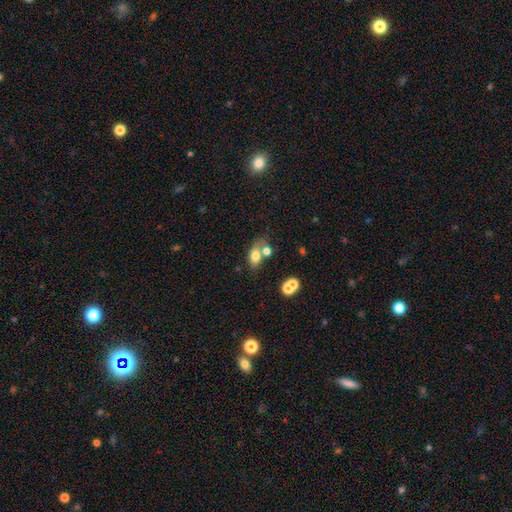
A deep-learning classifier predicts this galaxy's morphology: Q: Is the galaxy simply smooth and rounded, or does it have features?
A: smooth — 73%.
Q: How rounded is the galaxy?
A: in between — 82%.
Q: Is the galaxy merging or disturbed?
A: none — 45%.